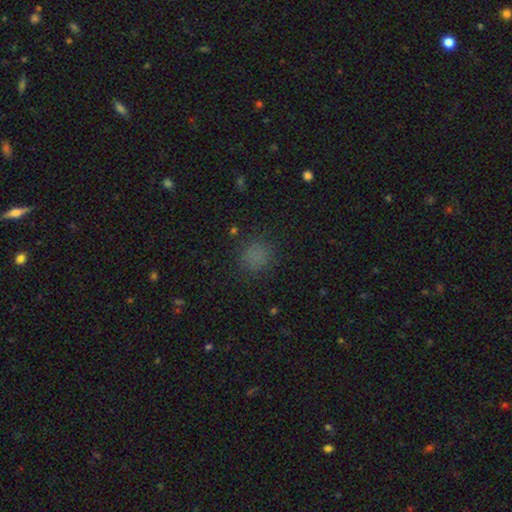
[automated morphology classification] Smooth or featured? smooth (76%)
How rounded? round (87%)
Merging? none (85%)